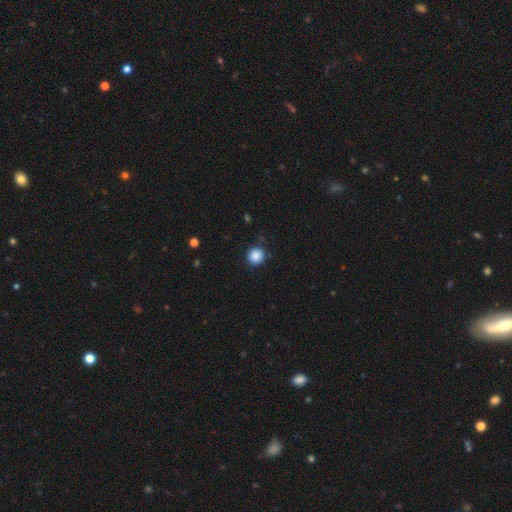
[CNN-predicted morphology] The model was most divided on "merging": none: 86%, minor disturbance: 10%, major disturbance: 3%, merger: 1%. More confident: how rounded — round (94%); smooth or featured — smooth (87%).